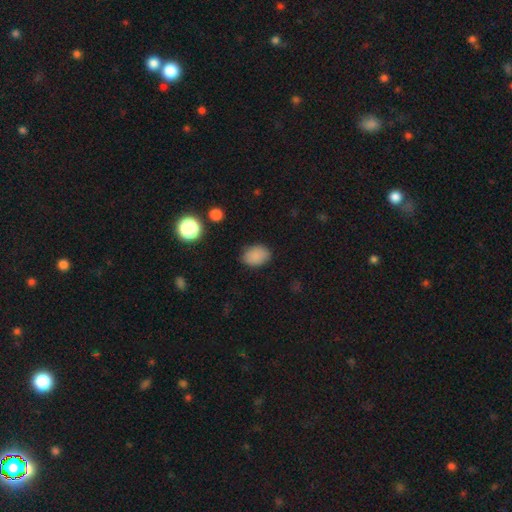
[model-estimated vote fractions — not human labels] Smooth or featured? Predicted: smooth (p=0.86). How rounded? Predicted: in between (p=0.77). Merging? Predicted: none (p=0.83).